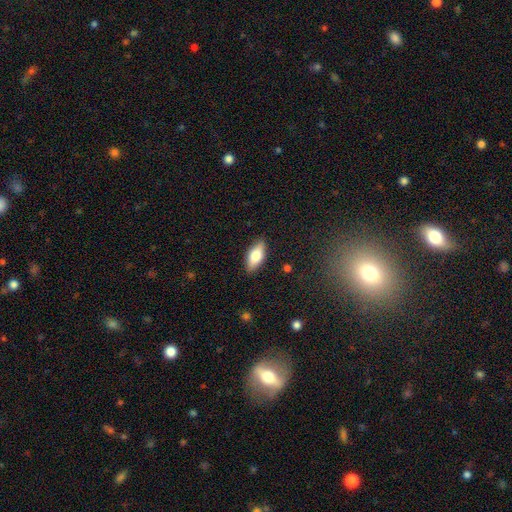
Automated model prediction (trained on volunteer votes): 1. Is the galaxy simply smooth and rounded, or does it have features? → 73% smooth, 20% featured or disk, 6% star or artifact.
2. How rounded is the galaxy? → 83% in between, 15% cigar-shaped, 3% round.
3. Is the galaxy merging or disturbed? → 87% none, 10% minor disturbance, 2% major disturbance, 1% merger.